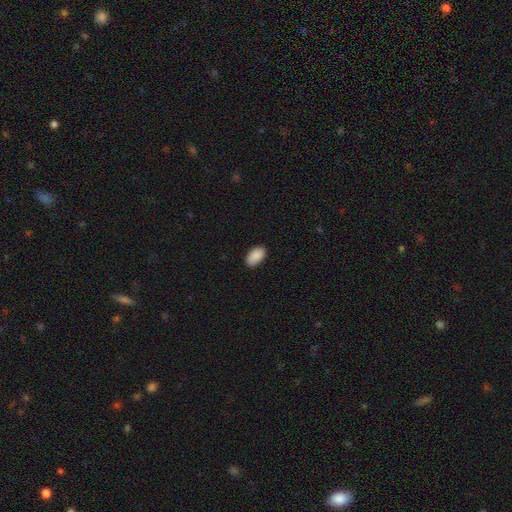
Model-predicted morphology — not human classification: smooth-or-featured: smooth: 91% | star or artifact: 6% | featured or disk: 3%
  how-rounded: in between: 95% | round: 4% | cigar-shaped: 2%
  merging: none: 87% | minor disturbance: 11% | major disturbance: 2% | merger: 1%